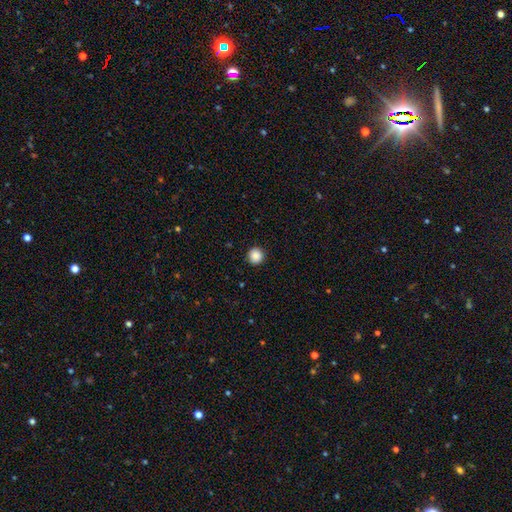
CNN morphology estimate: smooth 88%, star or artifact 9%, featured or disk 3%. Down the decision tree: how rounded — round (94%); merging — none (92%).